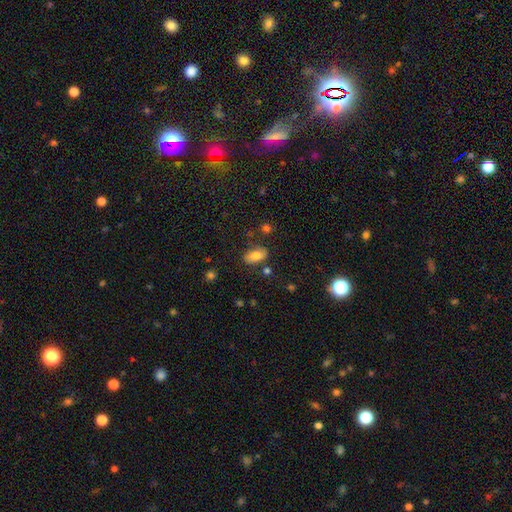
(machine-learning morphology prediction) A smooth galaxy with no disk features (76%) that is in between round and cigar-shaped (90%).

Vote fractions:
- Smooth or featured? smooth: 76% / featured or disk: 15% / star or artifact: 9%
- How rounded? in between: 90% / round: 6% / cigar-shaped: 4%
- Merging? none: 76% / minor disturbance: 15% / merger: 5% / major disturbance: 4%